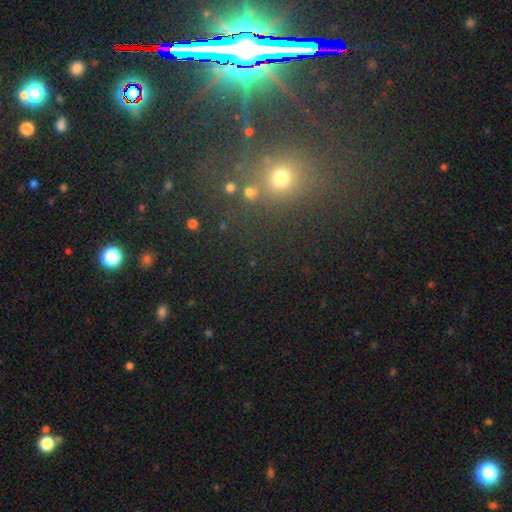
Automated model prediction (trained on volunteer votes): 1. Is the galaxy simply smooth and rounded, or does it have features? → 62% star or artifact, 27% smooth, 11% featured or disk.